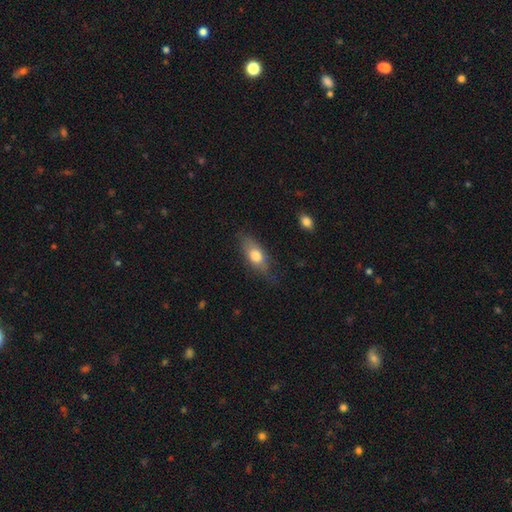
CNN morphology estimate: Smooth or featured?
  - smooth: 72% *
  - featured or disk: 21%
  - star or artifact: 7%
How rounded?
  - in between: 77% *
  - cigar-shaped: 18%
  - round: 6%
Merging?
  - none: 67% *
  - minor disturbance: 24%
  - major disturbance: 7%
  - merger: 2%